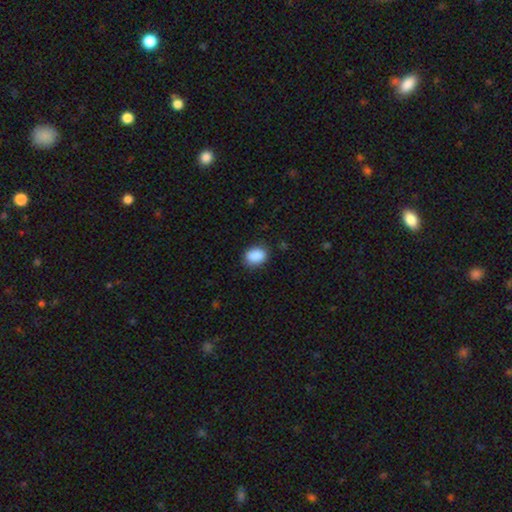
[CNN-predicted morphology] smooth_or_featured: smooth (p=0.89) [alt: star or artifact p=0.08]
how_rounded: in between (p=0.73) [alt: round p=0.26]
merging: none (p=0.83) [alt: minor disturbance p=0.13]